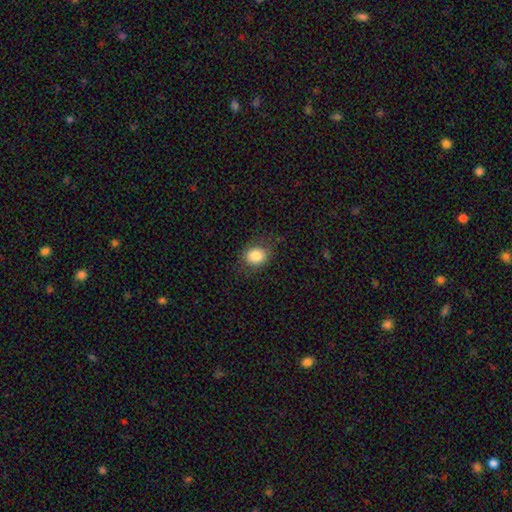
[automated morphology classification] Smooth or featured? Predicted: smooth (p=0.84). How rounded? Predicted: round (p=0.55). Merging? Predicted: none (p=0.79).